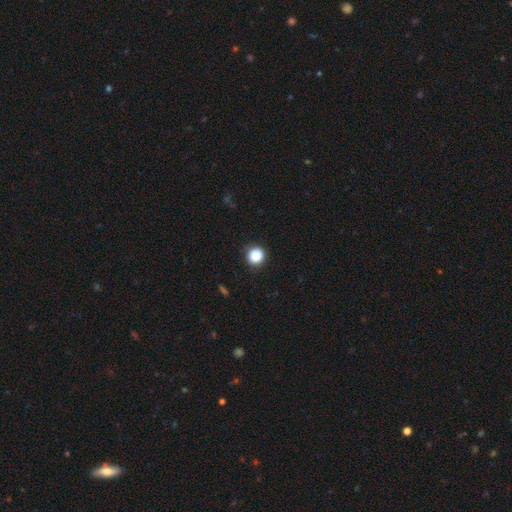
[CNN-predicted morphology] Smooth or featured?
  - smooth: 87% *
  - star or artifact: 9%
  - featured or disk: 3%
How rounded?
  - round: 92% *
  - in between: 7%
  - cigar-shaped: 1%
Merging?
  - none: 88% *
  - minor disturbance: 8%
  - major disturbance: 2%
  - merger: 1%